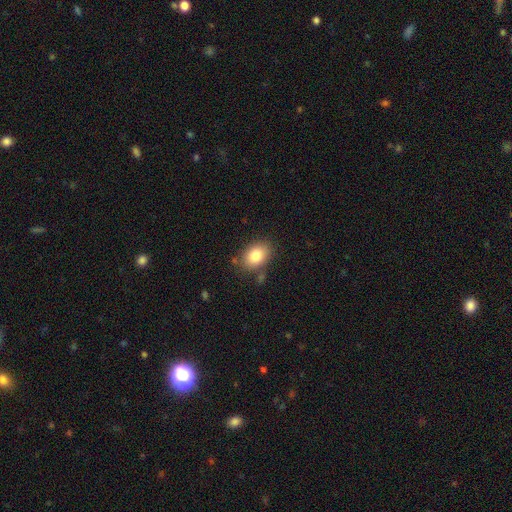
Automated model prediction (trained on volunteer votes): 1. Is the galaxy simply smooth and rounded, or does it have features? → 82% smooth, 10% featured or disk, 8% star or artifact.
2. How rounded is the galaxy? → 79% in between, 20% round, 1% cigar-shaped.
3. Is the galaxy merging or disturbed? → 77% none, 15% minor disturbance, 4% merger, 4% major disturbance.